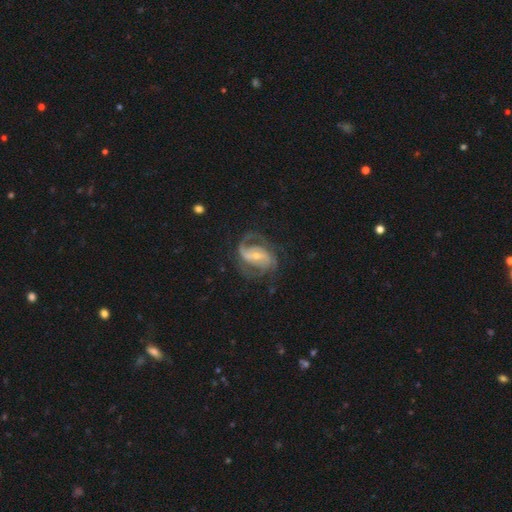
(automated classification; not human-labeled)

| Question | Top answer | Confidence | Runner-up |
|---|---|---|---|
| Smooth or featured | featured or disk | 89% | smooth (6%) |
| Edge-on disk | no | 98% | yes (2%) |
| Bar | weak | 43% | strong (39%) |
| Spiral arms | yes | 97% | no (3%) |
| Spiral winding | medium | 52% | tight (24%) |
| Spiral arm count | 2 | 61% | 3 (15%) |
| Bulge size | small | 55% | moderate (40%) |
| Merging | none | 64% | minor disturbance (17%) |